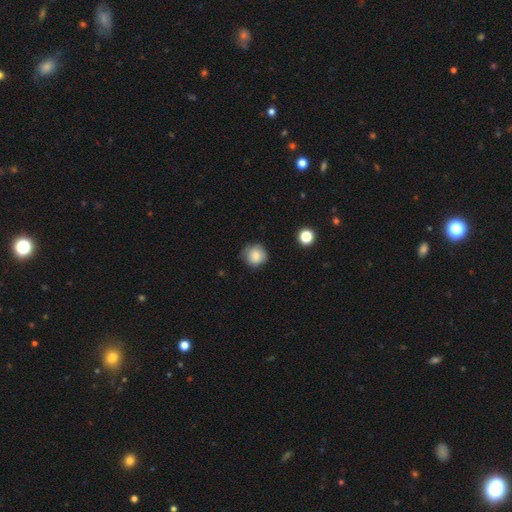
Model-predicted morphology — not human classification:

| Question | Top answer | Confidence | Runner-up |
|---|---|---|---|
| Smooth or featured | smooth | 83% | star or artifact (9%) |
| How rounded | round | 89% | in between (10%) |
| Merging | none | 72% | minor disturbance (22%) |